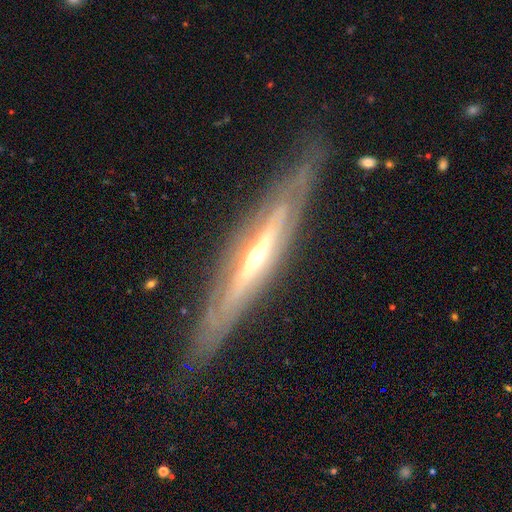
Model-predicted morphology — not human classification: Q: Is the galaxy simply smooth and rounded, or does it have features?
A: featured or disk — 82%.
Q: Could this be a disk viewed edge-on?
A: yes — 77%.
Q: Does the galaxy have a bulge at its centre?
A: rounded — 77%.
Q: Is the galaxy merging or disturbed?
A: none — 79%.